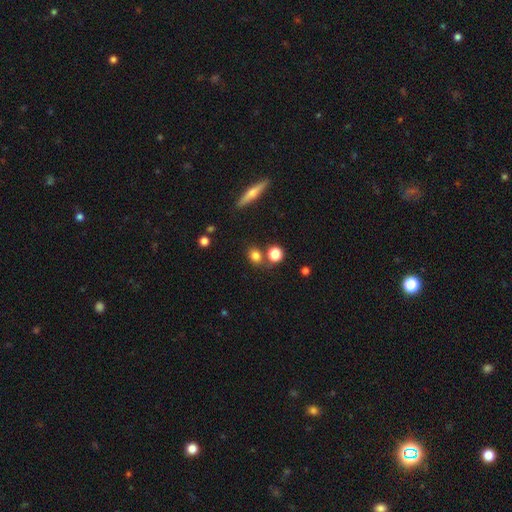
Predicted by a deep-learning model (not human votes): smooth-or-featured: smooth: 79% | star or artifact: 13% | featured or disk: 9%
  how-rounded: round: 57% | in between: 39% | cigar-shaped: 3%
  merging: none: 68% | merger: 17% | minor disturbance: 11% | major disturbance: 4%